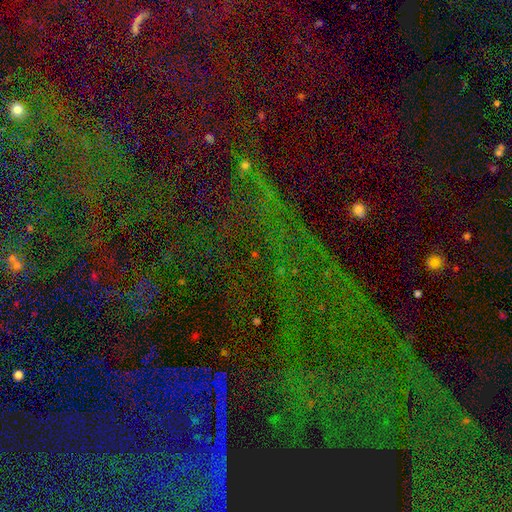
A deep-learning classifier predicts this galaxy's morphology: smooth-or-featured: star or artifact: 82% | smooth: 9% | featured or disk: 9%